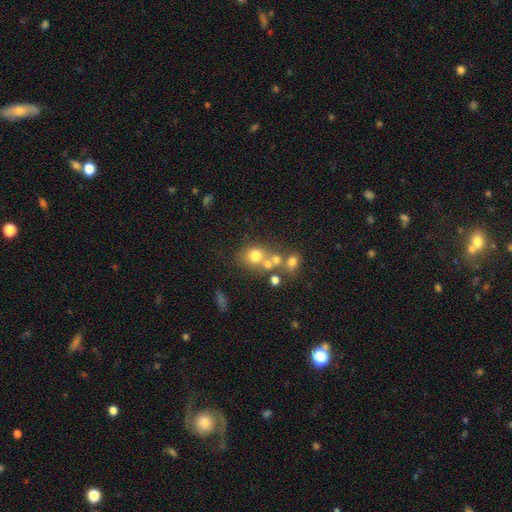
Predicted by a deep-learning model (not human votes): This is likely a smooth galaxy (67%). How rounded: likely round (73%). Merging: marginally none (44%).